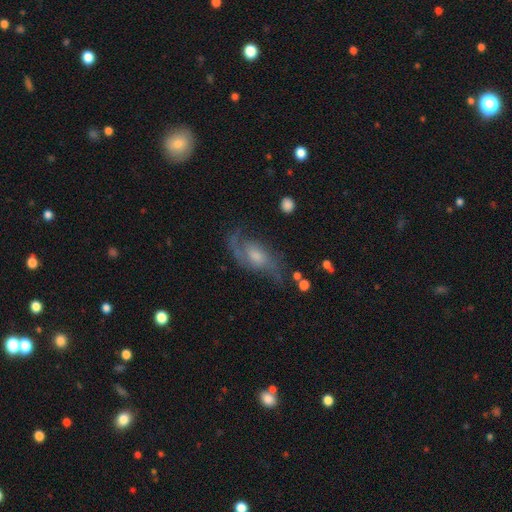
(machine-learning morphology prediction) Smooth or featured?
  - featured or disk: 77% *
  - smooth: 13%
  - star or artifact: 10%
Edge-on disk?
  - no: 93% *
  - yes: 7%
Bar?
  - no: 62% *
  - weak: 32%
  - strong: 6%
Spiral arms?
  - yes: 94% *
  - no: 6%
Spiral winding?
  - medium: 45% *
  - loose: 36%
  - tight: 19%
Spiral arm count?
  - 2: 78% *
  - can't tell: 9%
  - 1: 8%
  - 3: 3%
  - 4: 2%
  - more than 4: 2%
Bulge size?
  - moderate: 52% *
  - small: 31%
  - large: 11%
  - none: 5%
  - dominant: 2%
Merging?
  - none: 68% *
  - minor disturbance: 18%
  - major disturbance: 11%
  - merger: 2%